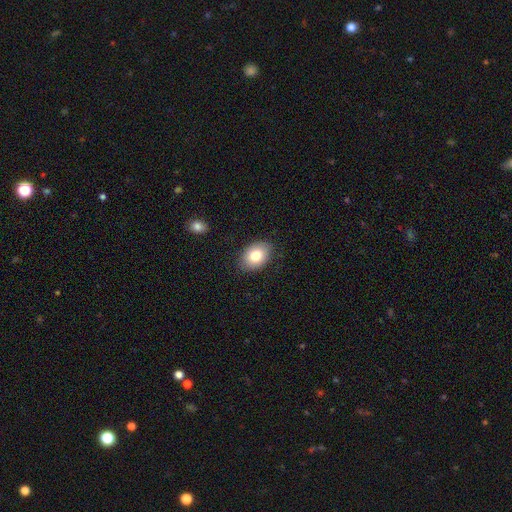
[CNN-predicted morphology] Q: Smooth or featured?
A: smooth (81%); runner-up: featured or disk (12%)
Q: How rounded?
A: in between (81%); runner-up: round (18%)
Q: Merging?
A: none (85%); runner-up: minor disturbance (11%)